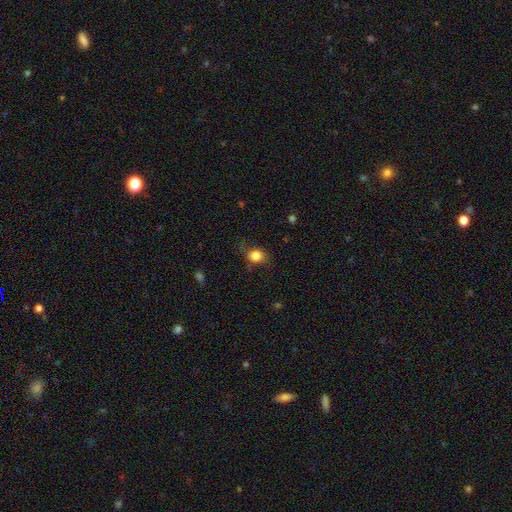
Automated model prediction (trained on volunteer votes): smooth 82%, star or artifact 10%, featured or disk 9%. Down the decision tree: how rounded — round (63%); merging — none (66%).